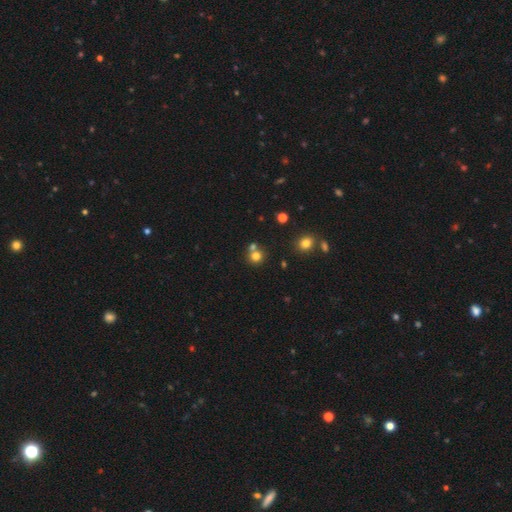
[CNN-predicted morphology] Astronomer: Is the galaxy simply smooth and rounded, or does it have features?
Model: smooth — 77%.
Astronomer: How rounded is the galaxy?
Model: round — 89%.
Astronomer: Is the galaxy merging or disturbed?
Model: none — 61%.